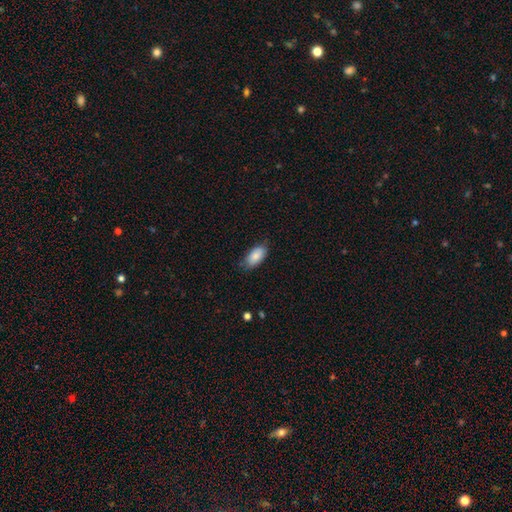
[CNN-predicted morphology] smooth_or_featured: smooth (p=0.84) [alt: featured or disk p=0.10]
how_rounded: in between (p=0.93) [alt: cigar-shaped p=0.04]
merging: none (p=0.72) [alt: minor disturbance p=0.23]